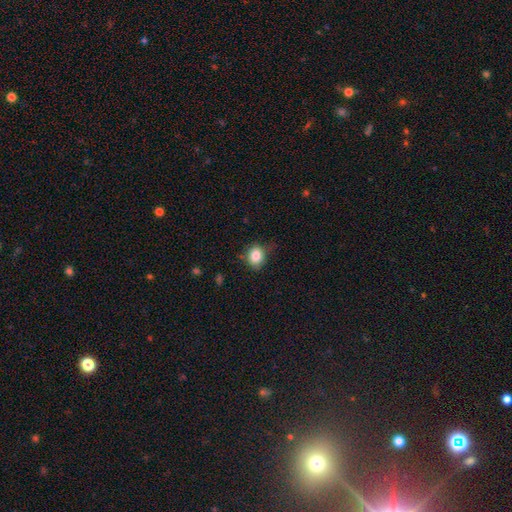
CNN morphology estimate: Smooth or featured?
  - smooth: 84% *
  - star or artifact: 9%
  - featured or disk: 6%
How rounded?
  - round: 54% *
  - in between: 45%
  - cigar-shaped: 1%
Merging?
  - none: 73% *
  - minor disturbance: 21%
  - major disturbance: 5%
  - merger: 2%